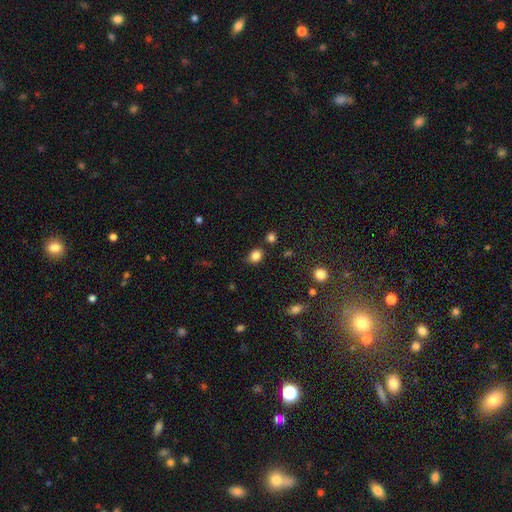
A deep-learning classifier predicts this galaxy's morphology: This appears to be a smooth galaxy with no disk features (84%) that is in between round and cigar-shaped (50%). Merging: none (77%).